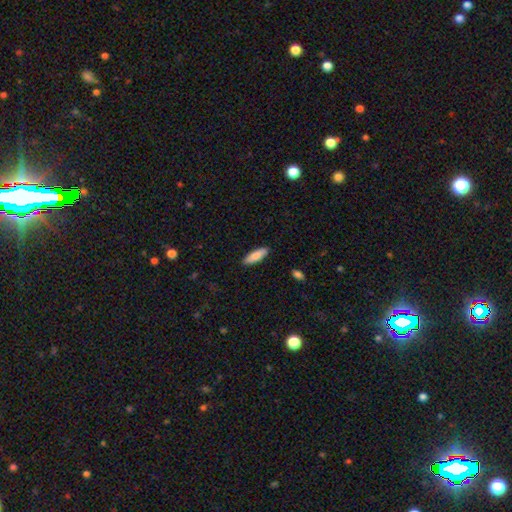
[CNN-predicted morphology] smooth-or-featured: smooth: 83% | featured or disk: 11% | star or artifact: 6%
  how-rounded: in between: 52% | cigar-shaped: 47% | round: 2%
  merging: none: 89% | minor disturbance: 8% | major disturbance: 2% | merger: 1%